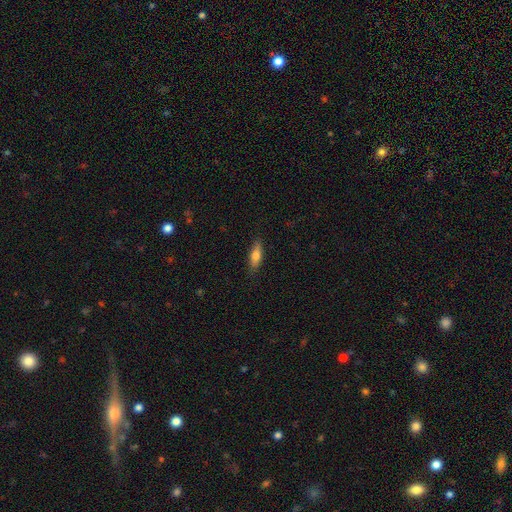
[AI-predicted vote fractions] Q: Smooth or featured?
A: smooth (70%); runner-up: featured or disk (24%)
Q: How rounded?
A: in between (51%); runner-up: cigar-shaped (47%)
Q: Merging?
A: none (84%); runner-up: minor disturbance (12%)